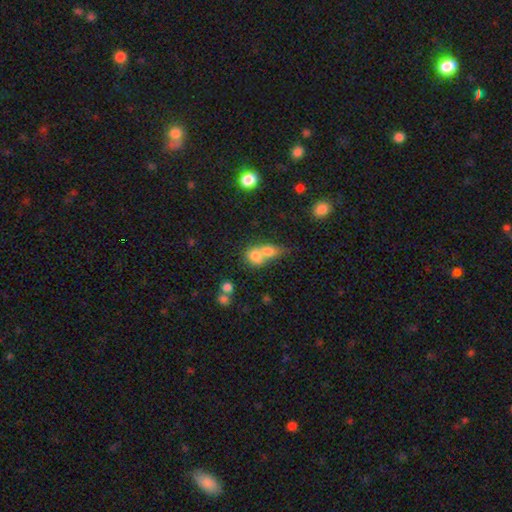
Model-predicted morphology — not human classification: This is likely a smooth galaxy (73%). How rounded: possibly in between (49%, tied with round). Merging: likely merger (72%).